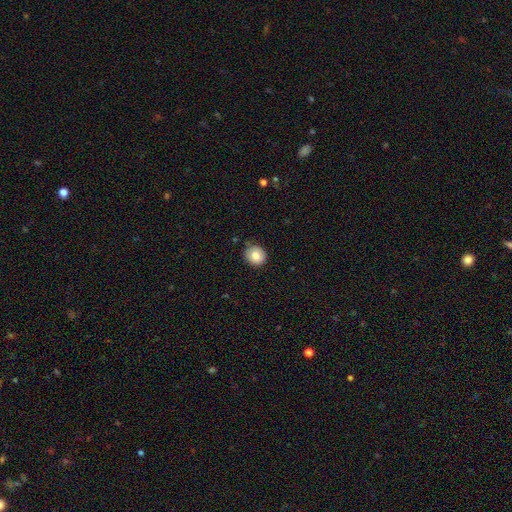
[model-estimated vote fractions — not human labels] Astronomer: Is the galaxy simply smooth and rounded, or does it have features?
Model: smooth — 82%.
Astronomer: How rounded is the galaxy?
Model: round — 86%.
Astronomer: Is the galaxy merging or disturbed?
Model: none — 79%.